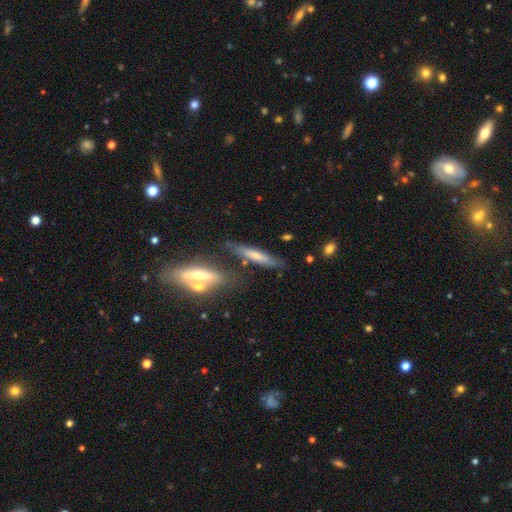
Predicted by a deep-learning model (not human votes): smooth-or-featured: smooth: 56% | featured or disk: 37% | star or artifact: 7%
  how-rounded: cigar-shaped: 83% | in between: 15% | round: 2%
  merging: none: 68% | minor disturbance: 17% | merger: 10% | major disturbance: 5%